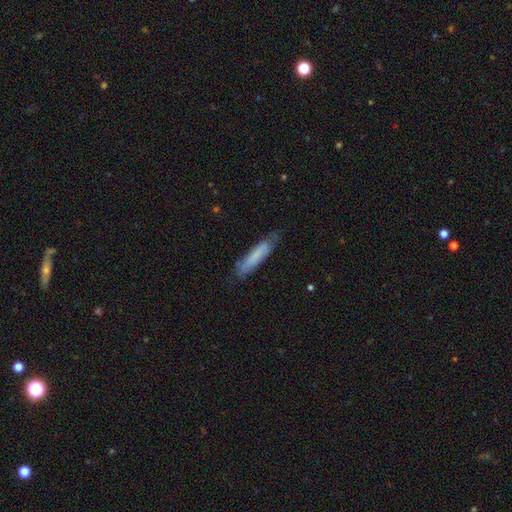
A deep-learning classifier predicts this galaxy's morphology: Smooth or featured? smooth (69%)
How rounded? cigar-shaped (86%)
Merging? none (74%)